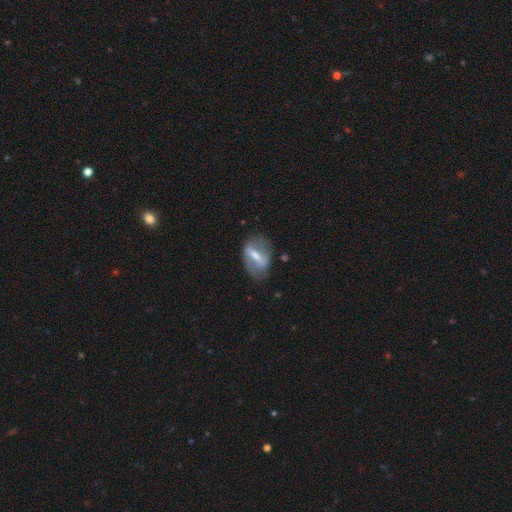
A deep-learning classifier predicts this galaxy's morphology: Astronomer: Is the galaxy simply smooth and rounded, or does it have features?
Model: featured or disk — 59% (runner-up: smooth, 34%).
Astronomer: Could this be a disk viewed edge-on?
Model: no — 85%.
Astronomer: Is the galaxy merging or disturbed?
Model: none — 69%.